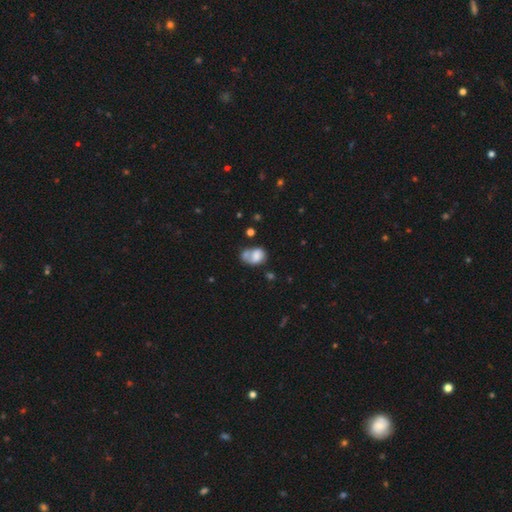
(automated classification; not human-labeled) A smooth galaxy with no disk features (67%) that is in between round and cigar-shaped (66%). Merging: merger (44%).